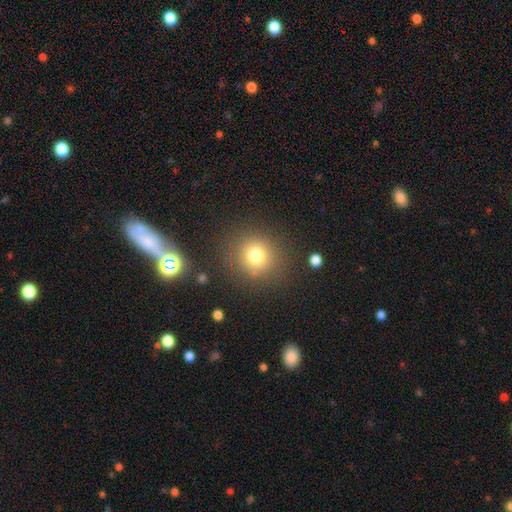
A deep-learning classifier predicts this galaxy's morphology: smooth 75%, star or artifact 16%, featured or disk 10%. Down the decision tree: how rounded — round (89%); merging — none (84%).